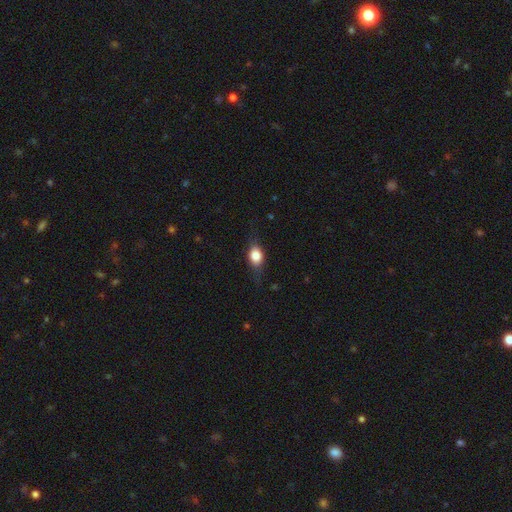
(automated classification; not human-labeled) smooth 70%, featured or disk 21%, star or artifact 9%. Down the decision tree: how rounded — in between (63%); merging — none (72%).